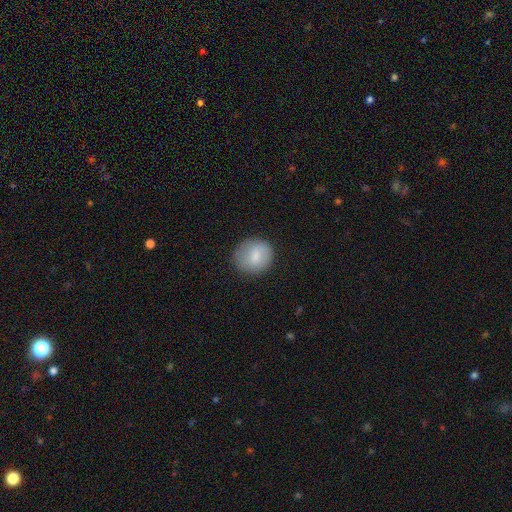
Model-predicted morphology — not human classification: smooth-or-featured: smooth: 77% | featured or disk: 16% | star or artifact: 7%
  how-rounded: round: 81% | in between: 18% | cigar-shaped: 1%
  merging: none: 81% | minor disturbance: 14% | major disturbance: 4% | merger: 1%